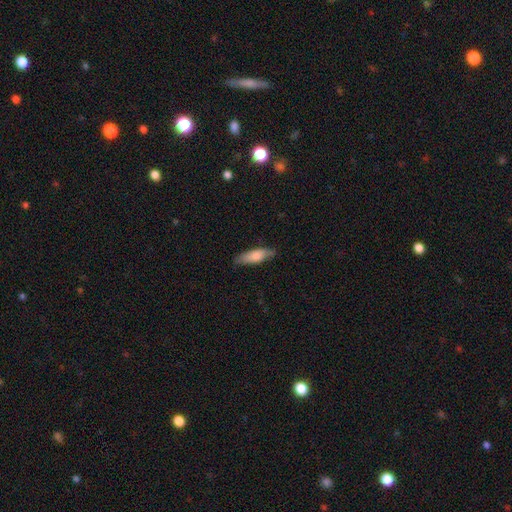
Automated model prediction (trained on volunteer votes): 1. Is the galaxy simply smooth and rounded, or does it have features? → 73% smooth, 21% featured or disk, 6% star or artifact.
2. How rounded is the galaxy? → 49% cigar-shaped (tied), 49% in between (tied), 2% round.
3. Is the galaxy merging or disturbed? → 78% none, 18% minor disturbance, 3% major disturbance, 1% merger.